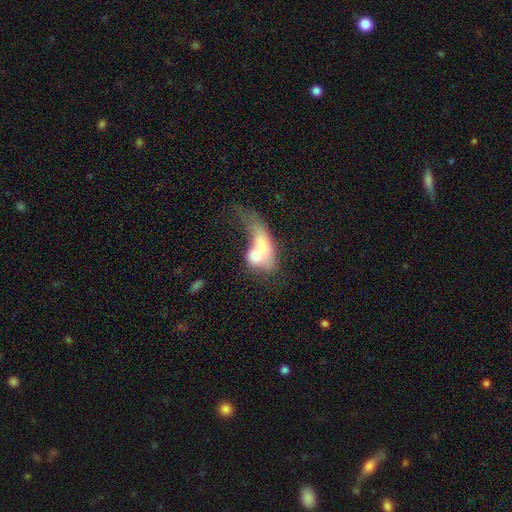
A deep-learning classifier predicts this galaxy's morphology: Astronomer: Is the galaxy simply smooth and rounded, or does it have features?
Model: smooth — 59%.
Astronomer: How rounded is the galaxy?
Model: in between — 73%.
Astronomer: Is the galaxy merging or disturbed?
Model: merger — 62%.